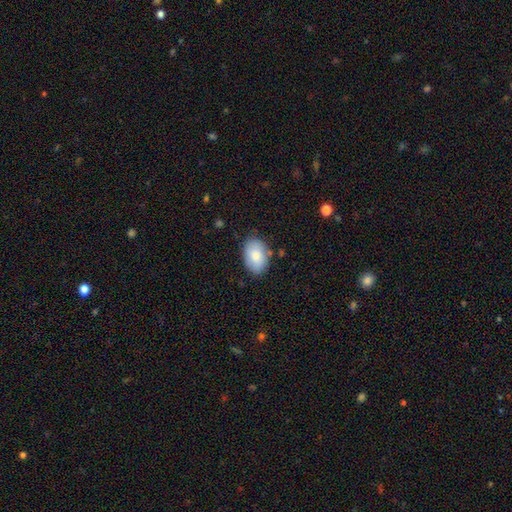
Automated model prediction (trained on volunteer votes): smooth_or_featured: smooth (p=0.81) [alt: featured or disk p=0.13]
how_rounded: in between (p=0.87) [alt: round p=0.12]
merging: none (p=0.81) [alt: minor disturbance p=0.14]